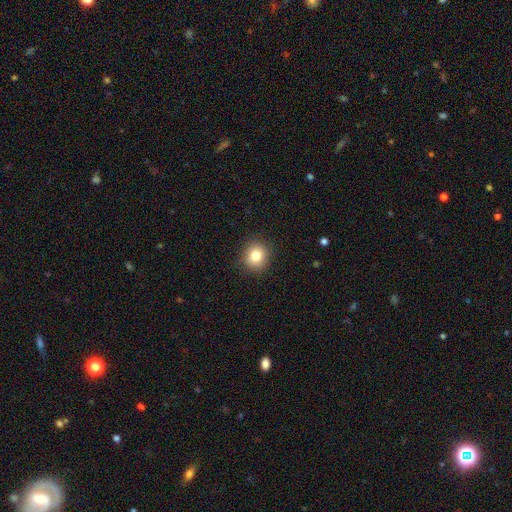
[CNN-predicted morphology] smooth_or_featured: smooth (p=0.82) [alt: star or artifact p=0.11]
how_rounded: round (p=0.83) [alt: in between p=0.16]
merging: none (p=0.90) [alt: minor disturbance p=0.07]